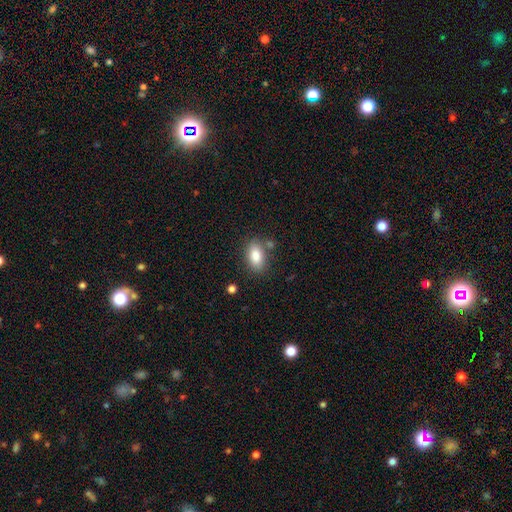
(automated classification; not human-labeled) Smooth or featured? Predicted: smooth (p=0.85). How rounded? Predicted: in between (p=0.89). Merging? Predicted: none (p=0.75).